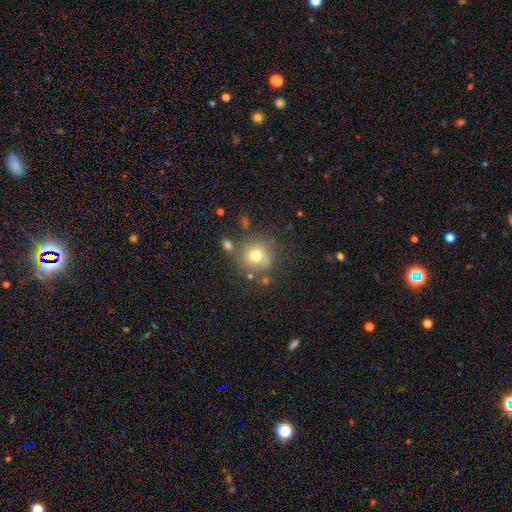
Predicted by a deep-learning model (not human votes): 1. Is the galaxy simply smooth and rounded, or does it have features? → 73% smooth, 14% star or artifact, 13% featured or disk.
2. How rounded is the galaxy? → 91% round, 8% in between, 1% cigar-shaped.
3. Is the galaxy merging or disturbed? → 72% none, 14% minor disturbance, 8% merger, 6% major disturbance.